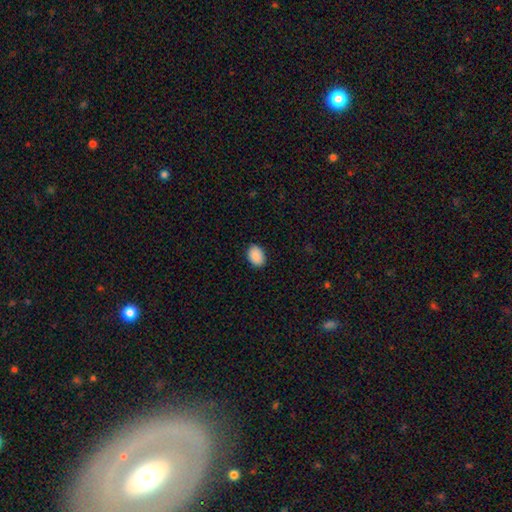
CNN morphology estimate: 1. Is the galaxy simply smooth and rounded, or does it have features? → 90% smooth, 7% star or artifact, 2% featured or disk.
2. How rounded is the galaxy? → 77% in between, 23% round, 1% cigar-shaped.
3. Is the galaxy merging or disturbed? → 88% none, 9% minor disturbance, 2% major disturbance, 1% merger.